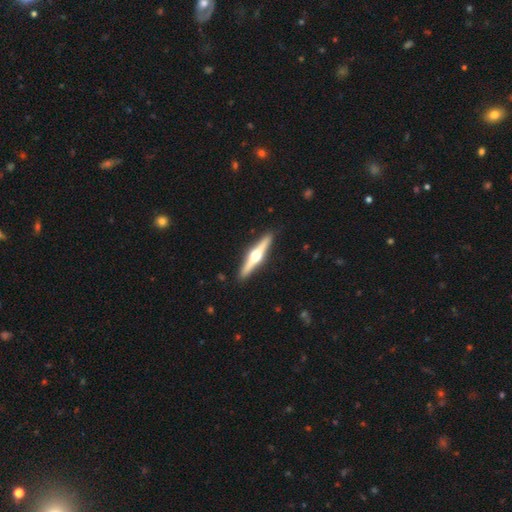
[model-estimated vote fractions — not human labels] A featured or disk galaxy (77%) viewed edge-on (98%) with a rounded central bulge (97%).

Vote fractions:
- Smooth or featured? featured or disk: 77% / smooth: 19% / star or artifact: 4%
- Edge-on disk? yes: 98% / no: 2%
- Edge-on bulge? rounded: 97% / boxy: 2% / none: 1%
- Merging? none: 92% / minor disturbance: 6% / major disturbance: 1% / merger: 1%